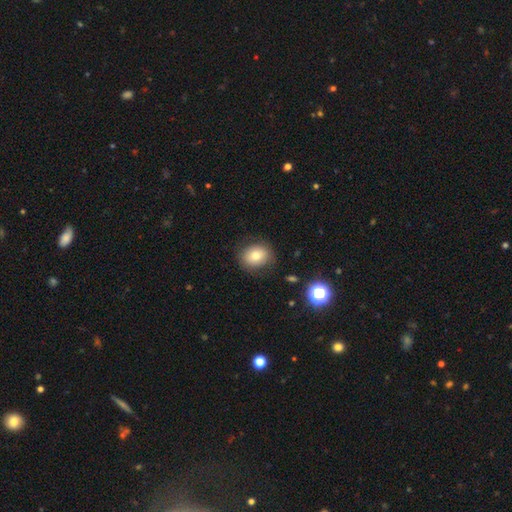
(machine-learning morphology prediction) smooth_or_featured: smooth (p=0.78) [alt: featured or disk p=0.12]
how_rounded: round (p=0.59) [alt: in between p=0.40]
merging: none (p=0.82) [alt: minor disturbance p=0.12]